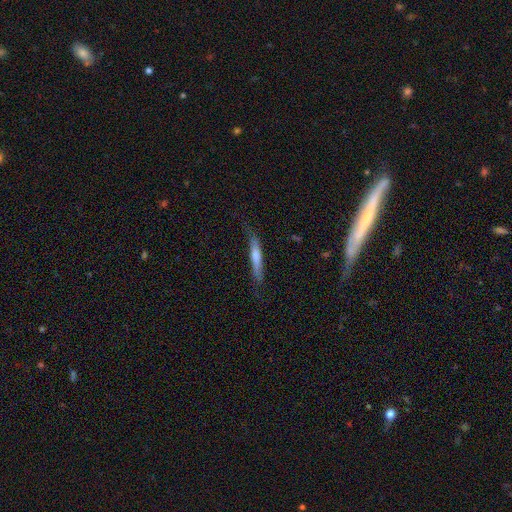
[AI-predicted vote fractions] smooth_or_featured: smooth (p=0.47) [alt: featured or disk p=0.46]
merging: none (p=0.72) [alt: minor disturbance p=0.20]